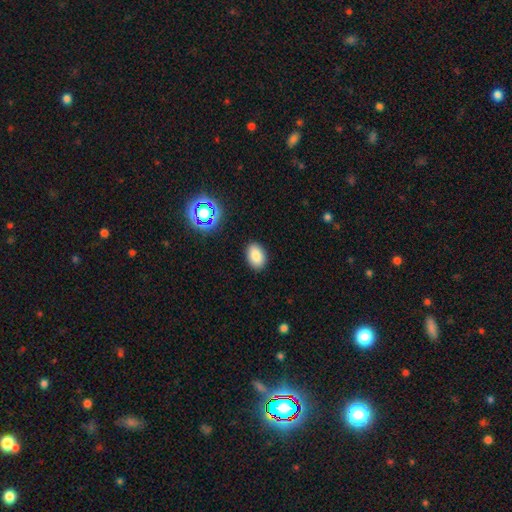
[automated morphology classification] This appears to be a smooth galaxy with no disk features (84%) that is in between round and cigar-shaped (85%). Merging: none (88%).